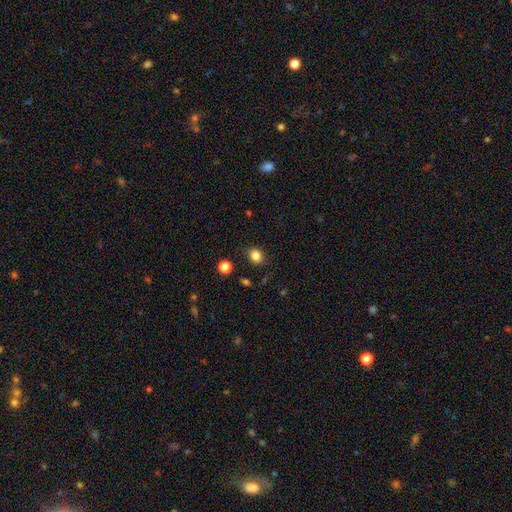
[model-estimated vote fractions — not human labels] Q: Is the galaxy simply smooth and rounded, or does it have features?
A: smooth — 83%.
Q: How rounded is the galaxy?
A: round — 68%.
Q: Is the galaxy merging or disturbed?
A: none — 82%.